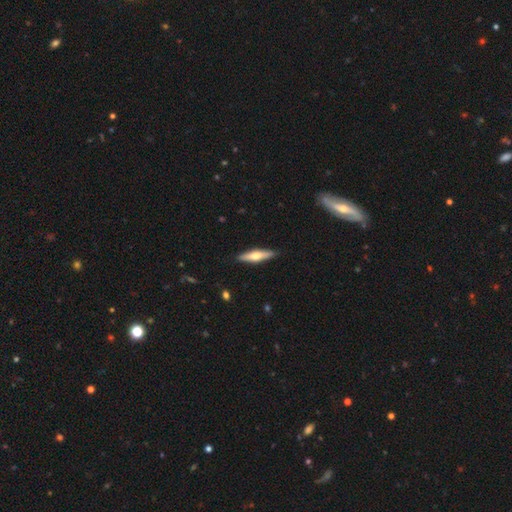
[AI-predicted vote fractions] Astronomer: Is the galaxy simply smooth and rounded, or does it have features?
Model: featured or disk — 50% (runner-up: smooth, 45%).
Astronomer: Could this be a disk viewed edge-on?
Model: yes — 94%.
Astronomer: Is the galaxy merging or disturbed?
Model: none — 90%.